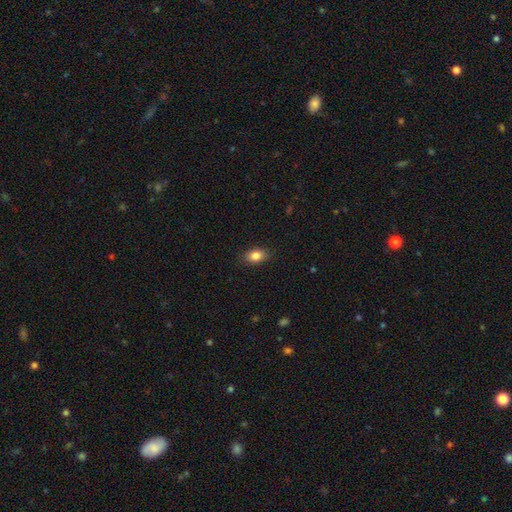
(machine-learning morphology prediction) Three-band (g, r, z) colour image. It shows a smooth galaxy with no disk features (85%) that is in between round and cigar-shaped (84%). Merging: none (87%).